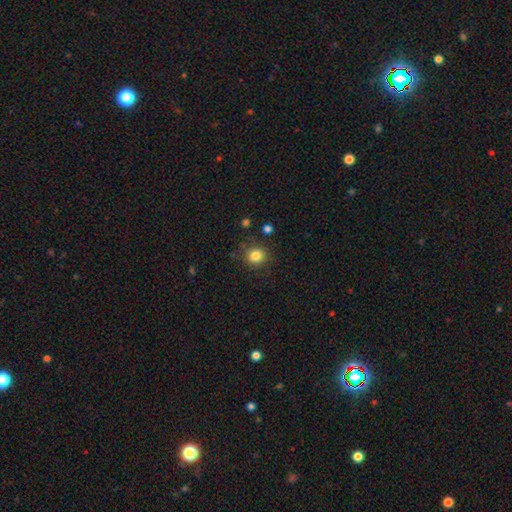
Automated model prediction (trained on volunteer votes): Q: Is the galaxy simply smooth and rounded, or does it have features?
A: smooth — 83%.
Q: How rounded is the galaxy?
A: round — 88%.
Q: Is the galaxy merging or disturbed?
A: none — 84%.